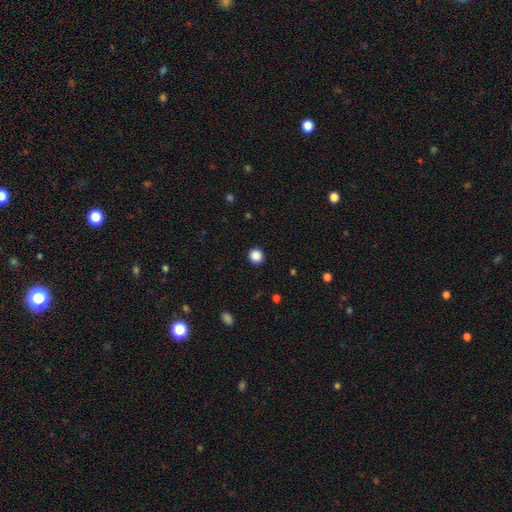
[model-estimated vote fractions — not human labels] Overall: smooth (87%). How rounded: round (94%). Merging: none (93%).